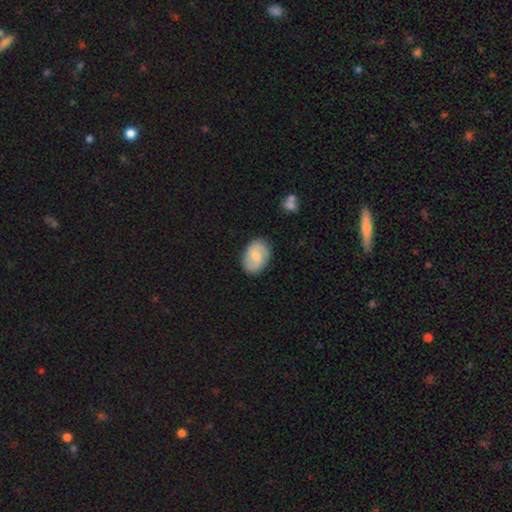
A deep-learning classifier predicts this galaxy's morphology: Q: Smooth or featured?
A: smooth (52%); runner-up: featured or disk (41%)
Q: How rounded?
A: in between (79%); runner-up: round (19%)
Q: Merging?
A: none (82%); runner-up: minor disturbance (13%)